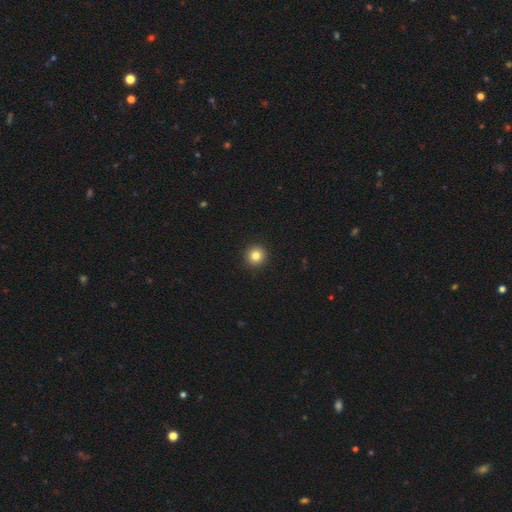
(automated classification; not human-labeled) This is clearly a smooth galaxy (82%). How rounded: clearly round (95%). Merging: clearly none (93%).